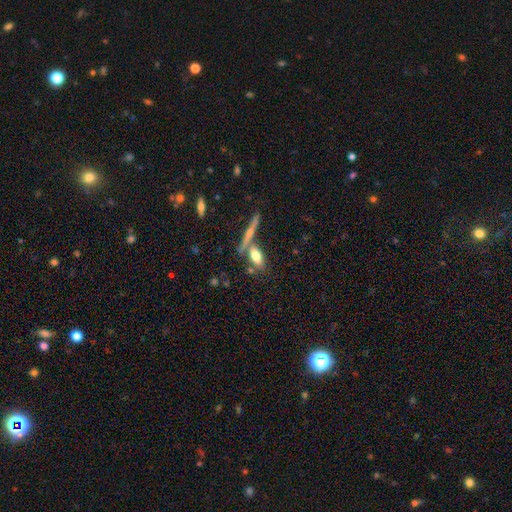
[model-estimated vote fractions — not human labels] This is likely a smooth galaxy (68%). How rounded: likely in between (73%). Merging: possibly none (57%).